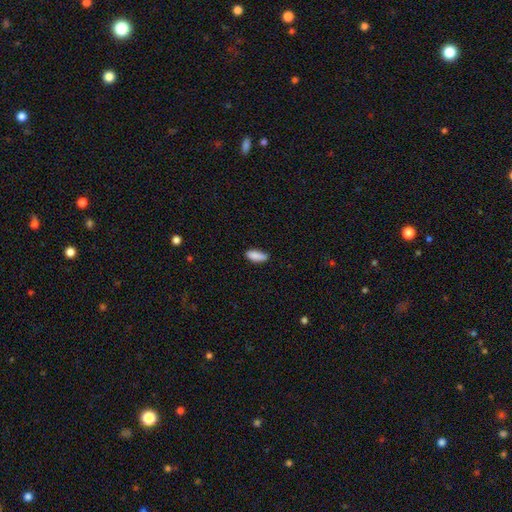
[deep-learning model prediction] Morphology: type=smooth (87%); roundness=in between (79%); merging=none (72%).